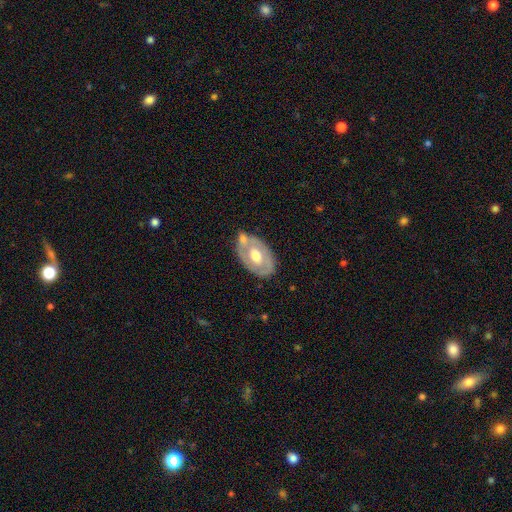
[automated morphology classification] Smooth or featured?
  - featured or disk: 60% *
  - smooth: 35%
  - star or artifact: 5%
Edge-on disk?
  - no: 91% *
  - yes: 9%
Bar?
  - no: 72% *
  - weak: 21%
  - strong: 6%
Spiral arms?
  - no: 69% *
  - yes: 31%
Bulge size?
  - moderate: 66% *
  - large: 25%
  - small: 7%
  - dominant: 1%
  - none: 1%
Merging?
  - none: 58% *
  - minor disturbance: 21%
  - merger: 14%
  - major disturbance: 6%